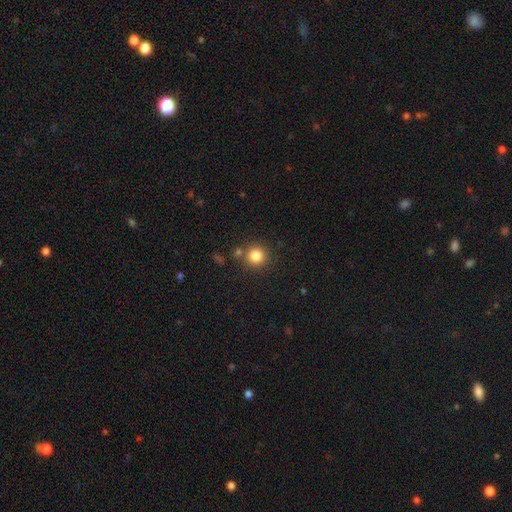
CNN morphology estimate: Overall: smooth (83%). How rounded: round (93%). Merging: none (80%).